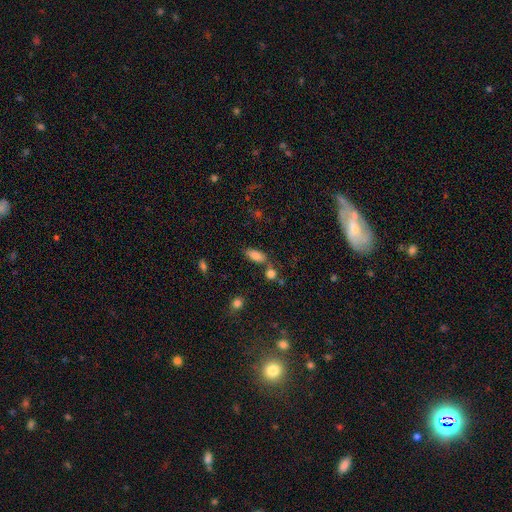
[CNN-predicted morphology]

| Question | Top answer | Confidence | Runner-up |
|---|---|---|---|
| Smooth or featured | smooth | 84% | star or artifact (9%) |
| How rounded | in between | 85% | cigar-shaped (12%) |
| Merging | none | 64% | merger (17%) |